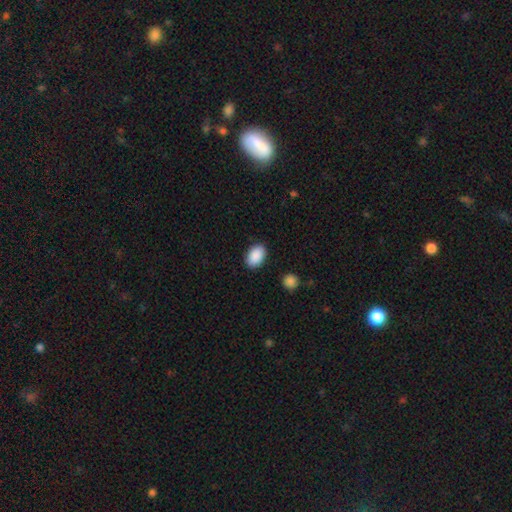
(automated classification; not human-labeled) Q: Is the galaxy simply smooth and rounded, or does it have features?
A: smooth — 91%.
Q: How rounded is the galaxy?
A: in between — 89%.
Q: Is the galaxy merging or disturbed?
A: none — 89%.